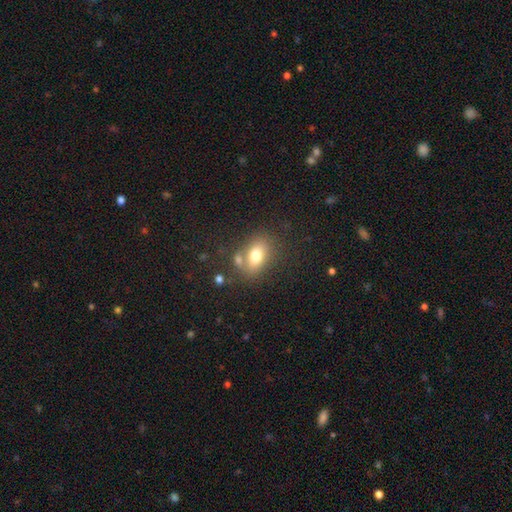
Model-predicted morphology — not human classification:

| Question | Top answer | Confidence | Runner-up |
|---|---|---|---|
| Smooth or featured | smooth | 74% | featured or disk (16%) |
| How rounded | in between | 78% | round (20%) |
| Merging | none | 59% | merger (20%) |